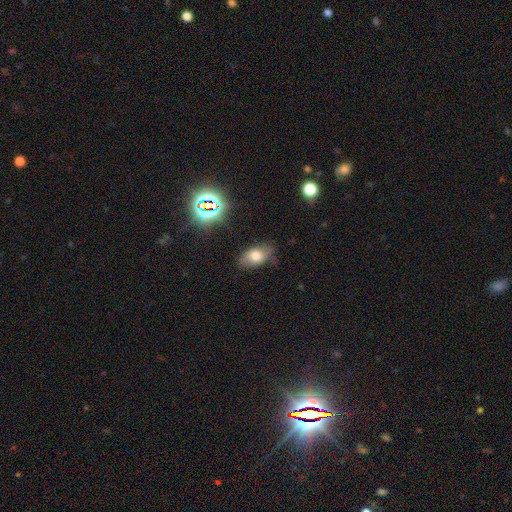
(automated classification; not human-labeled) smooth 71%, featured or disk 16%, star or artifact 13%. Down the decision tree: how rounded — in between (89%); merging — none (68%).